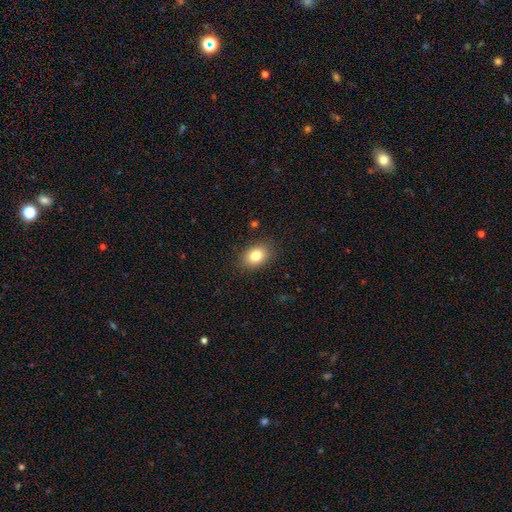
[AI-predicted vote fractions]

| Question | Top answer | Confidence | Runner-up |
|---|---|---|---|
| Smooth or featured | smooth | 81% | star or artifact (10%) |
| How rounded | in between | 68% | round (31%) |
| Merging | none | 87% | minor disturbance (9%) |